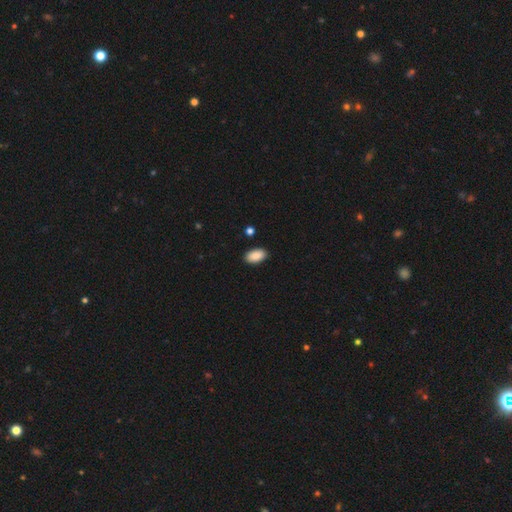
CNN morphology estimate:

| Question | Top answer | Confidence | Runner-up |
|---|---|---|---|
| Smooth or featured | smooth | 89% | star or artifact (7%) |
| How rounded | in between | 94% | round (4%) |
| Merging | none | 89% | minor disturbance (8%) |